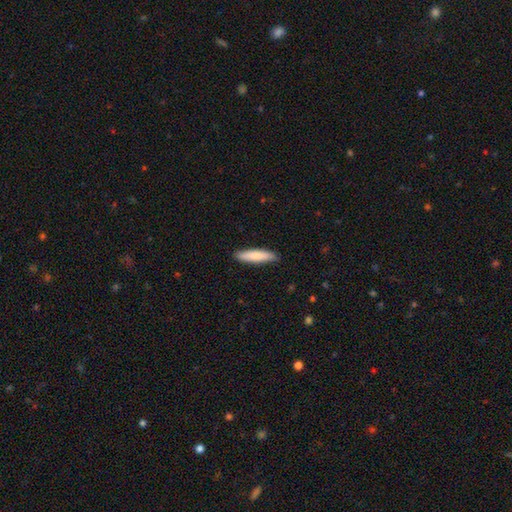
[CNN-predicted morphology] Smooth or featured?
  - smooth: 81% *
  - featured or disk: 14%
  - star or artifact: 5%
How rounded?
  - cigar-shaped: 80% *
  - in between: 18%
  - round: 1%
Merging?
  - none: 88% *
  - minor disturbance: 9%
  - major disturbance: 2%
  - merger: 1%